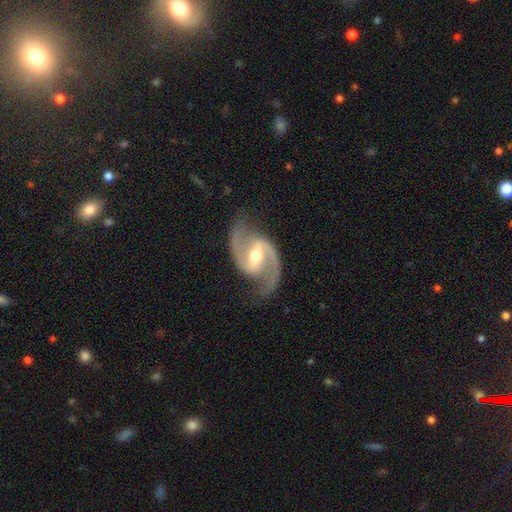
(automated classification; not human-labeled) Q: Smooth or featured?
A: featured or disk (93%); runner-up: star or artifact (4%)
Q: Edge-on disk?
A: no (98%); runner-up: yes (2%)
Q: Bar?
A: weak (46%); runner-up: strong (38%)
Q: Spiral arms?
A: yes (98%); runner-up: no (2%)
Q: Spiral winding?
A: medium (61%); runner-up: loose (25%)
Q: Spiral arm count?
A: 2 (94%); runner-up: 3 (1%)
Q: Bulge size?
A: moderate (67%); runner-up: small (27%)
Q: Merging?
A: none (80%); runner-up: minor disturbance (13%)